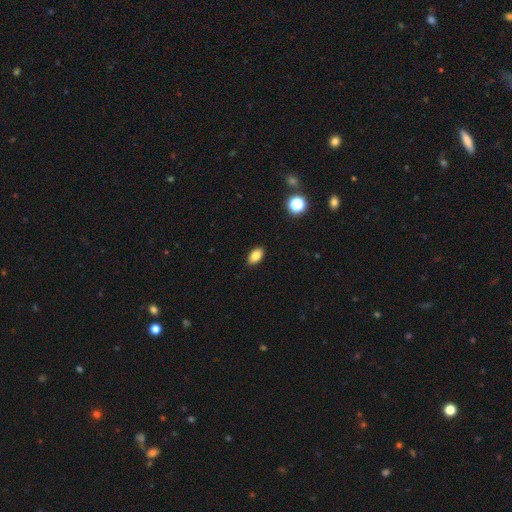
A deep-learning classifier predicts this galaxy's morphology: A smooth galaxy with no disk features (83%) that is in between round and cigar-shaped (91%). Merging: none (90%).